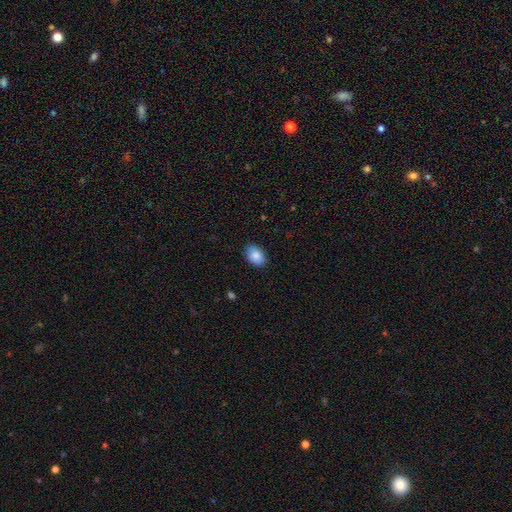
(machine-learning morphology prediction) smooth 86%, star or artifact 7%, featured or disk 7%. Down the decision tree: how rounded — in between (85%); merging — none (86%).